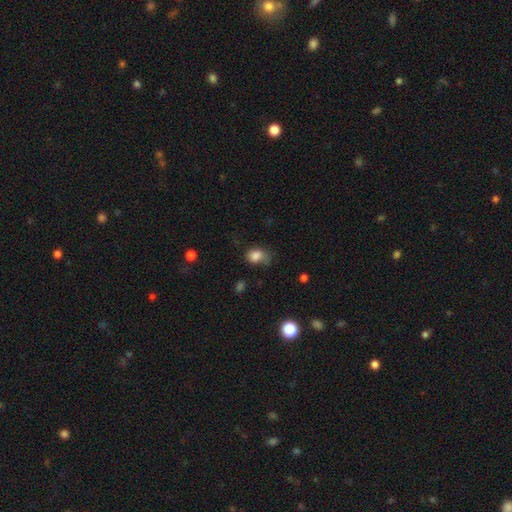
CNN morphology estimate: Q: Smooth or featured?
A: smooth (82%); runner-up: star or artifact (11%)
Q: How rounded?
A: in between (61%); runner-up: round (38%)
Q: Merging?
A: none (47%); runner-up: minor disturbance (33%)